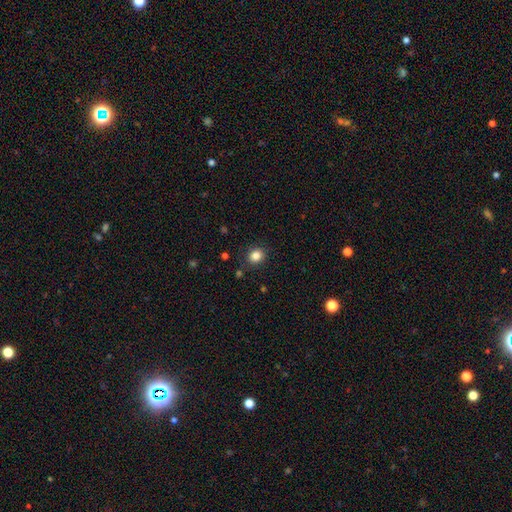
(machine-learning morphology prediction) Smooth or featured: smooth — 84% (star or artifact — 11%)
How rounded: round — 74% (in between — 25%)
Merging: none — 86% (minor disturbance — 9%)